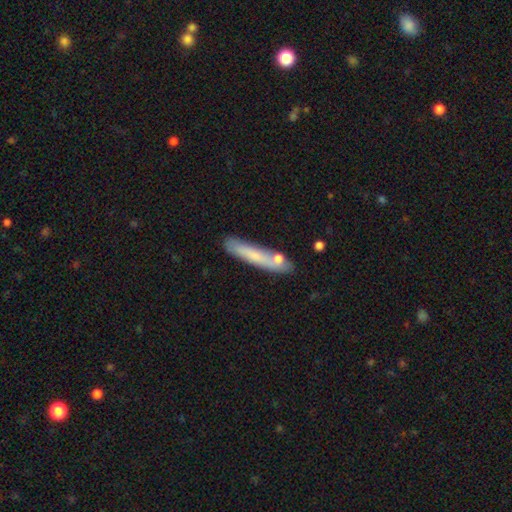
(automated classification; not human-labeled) This appears to be a smooth galaxy with no disk features (65%) that is cigar-shaped (91%). Merging: none (72%).